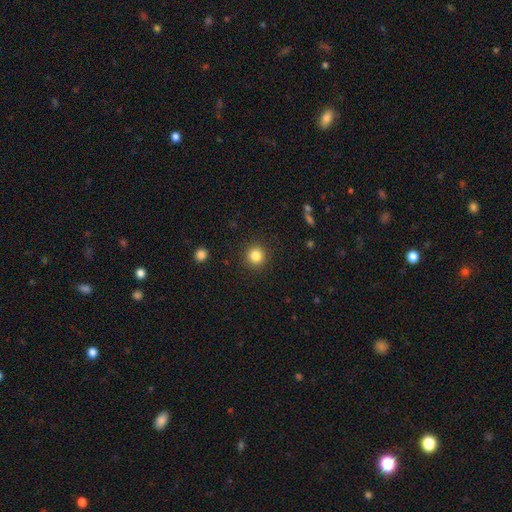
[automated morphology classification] Overall: smooth (84%). How rounded: round (93%). Merging: none (90%).